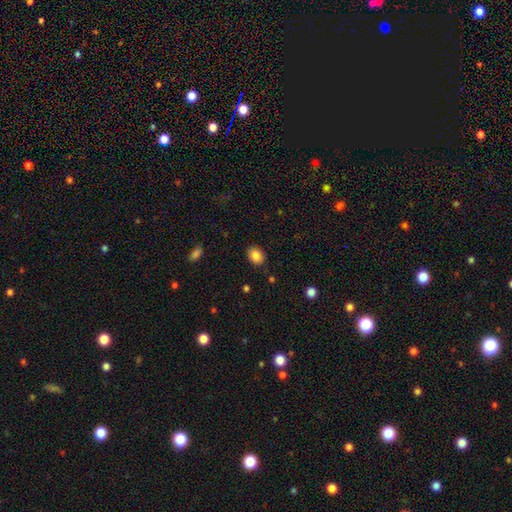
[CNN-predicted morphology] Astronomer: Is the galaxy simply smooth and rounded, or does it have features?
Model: smooth — 85%.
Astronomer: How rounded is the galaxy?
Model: in between — 62%.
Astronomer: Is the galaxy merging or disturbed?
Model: none — 87%.